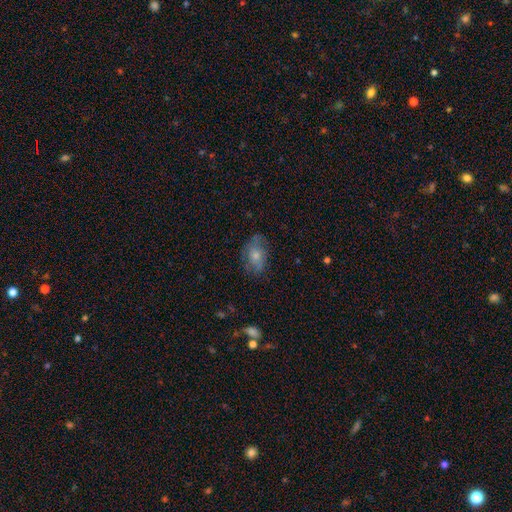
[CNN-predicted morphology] This is likely a smooth galaxy (66%). How rounded: likely in between (80%). Merging: likely none (67%).